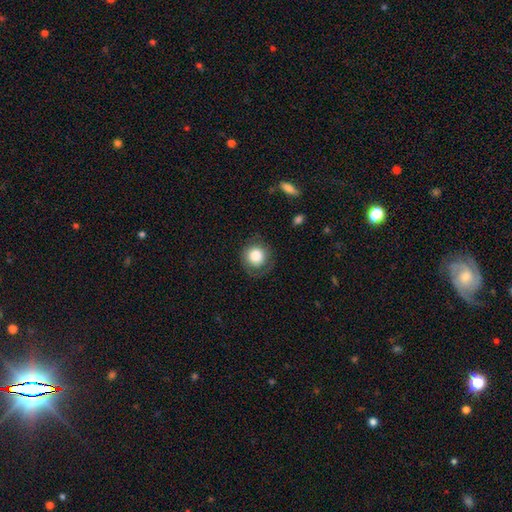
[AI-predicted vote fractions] Overall: smooth (82%). How rounded: round (90%). Merging: none (71%).